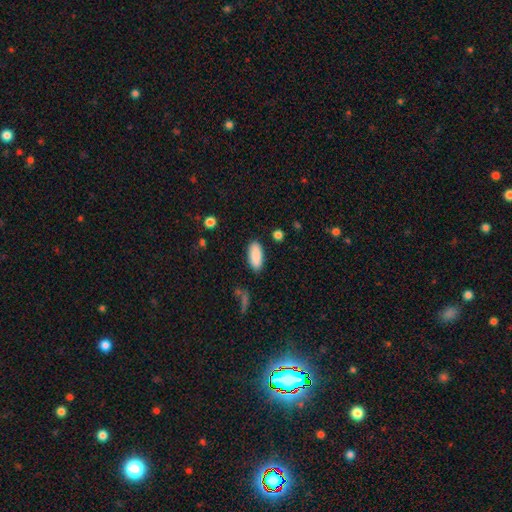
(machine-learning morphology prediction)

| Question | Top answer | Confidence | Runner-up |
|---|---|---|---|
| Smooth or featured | smooth | 89% | star or artifact (6%) |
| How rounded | in between | 86% | cigar-shaped (12%) |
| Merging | none | 85% | minor disturbance (10%) |